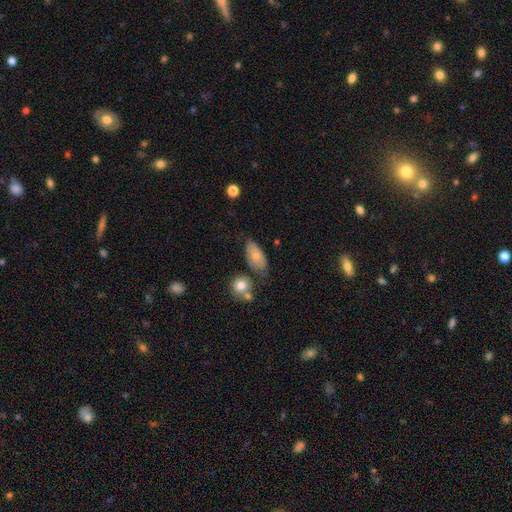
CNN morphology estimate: smooth_or_featured: smooth (p=0.73) [alt: featured or disk p=0.20]
how_rounded: in between (p=0.89) [alt: cigar-shaped p=0.05]
merging: none (p=0.55) [alt: minor disturbance p=0.27]